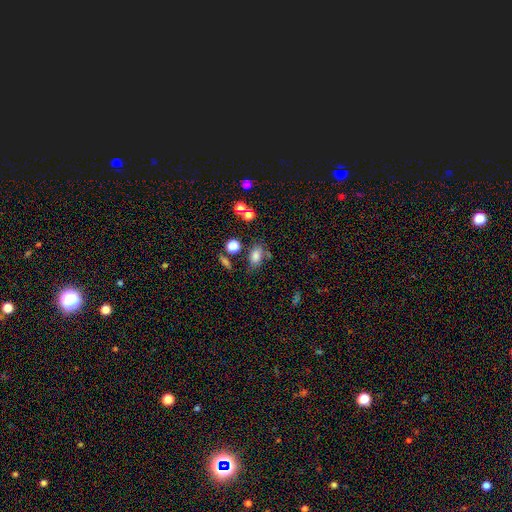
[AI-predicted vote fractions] The model was most divided on "merging": none: 63%, minor disturbance: 19%, merger: 11%, major disturbance: 7%. More confident: how rounded — in between (84%); smooth or featured — smooth (78%).